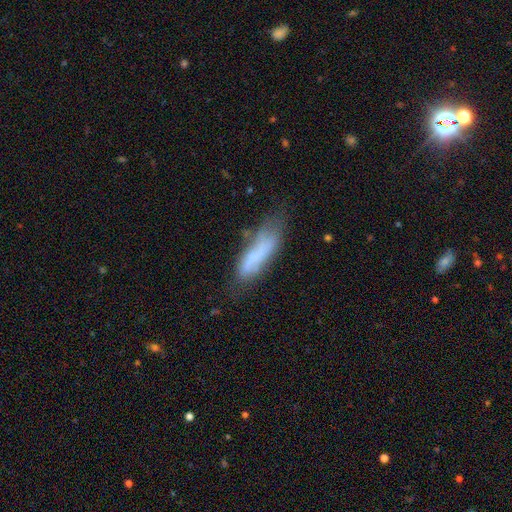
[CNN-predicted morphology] The model was most divided on "how rounded": cigar-shaped: 57%, in between: 41%, round: 2%. More confident: smooth or featured — smooth (61%); merging — none (50%).